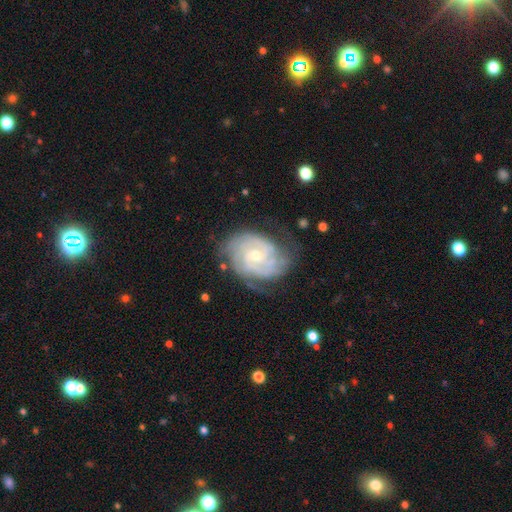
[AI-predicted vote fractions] Q: Smooth or featured?
A: featured or disk (87%); runner-up: smooth (8%)
Q: Edge-on disk?
A: no (97%); runner-up: yes (3%)
Q: Bar?
A: no (62%); runner-up: weak (32%)
Q: Spiral arms?
A: yes (96%); runner-up: no (4%)
Q: Spiral winding?
A: tight (72%); runner-up: medium (24%)
Q: Spiral arm count?
A: can't tell (30%); runner-up: 2 (24%)
Q: Bulge size?
A: small (57%); runner-up: moderate (40%)
Q: Merging?
A: none (67%); runner-up: minor disturbance (22%)